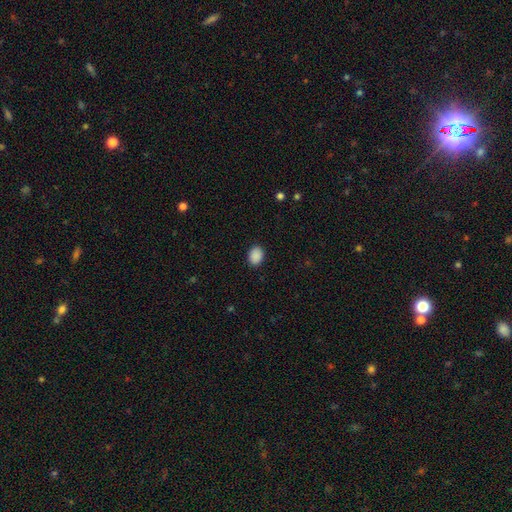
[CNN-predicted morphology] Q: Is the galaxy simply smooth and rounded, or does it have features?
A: smooth — 89%.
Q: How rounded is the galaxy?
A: in between — 71%.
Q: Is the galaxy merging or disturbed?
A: none — 89%.